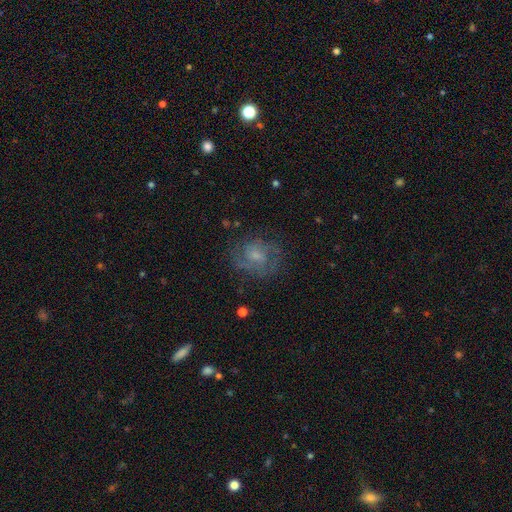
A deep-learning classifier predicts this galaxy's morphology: A featured or disk galaxy (66%) with no bar (60%), 2 (47%) medium (46%) spiral arms (83%) and a small central bulge (56%). Merging: none (69%).